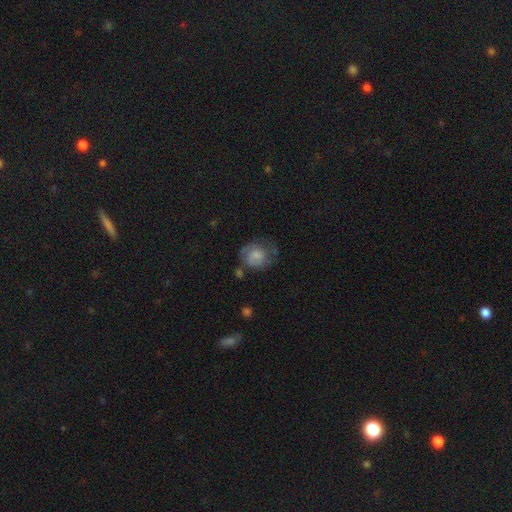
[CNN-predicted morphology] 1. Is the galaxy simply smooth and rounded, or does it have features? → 49% featured or disk, 43% smooth, 8% star or artifact.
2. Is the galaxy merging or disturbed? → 51% none, 26% minor disturbance, 17% major disturbance, 5% merger.